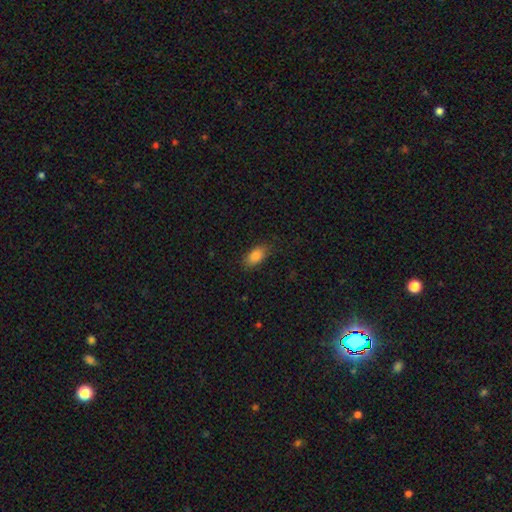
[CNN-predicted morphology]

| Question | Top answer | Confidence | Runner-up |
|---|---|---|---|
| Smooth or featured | smooth | 84% | star or artifact (8%) |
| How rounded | in between | 90% | round (6%) |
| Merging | none | 80% | minor disturbance (15%) |